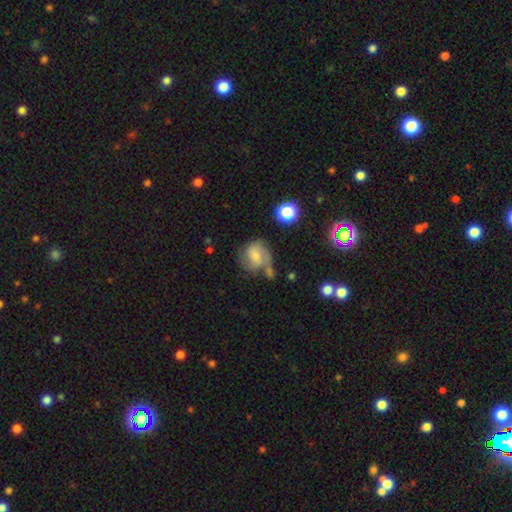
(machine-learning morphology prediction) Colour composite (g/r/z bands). It shows a smooth galaxy with no disk features (48%). Merging: none (45%).